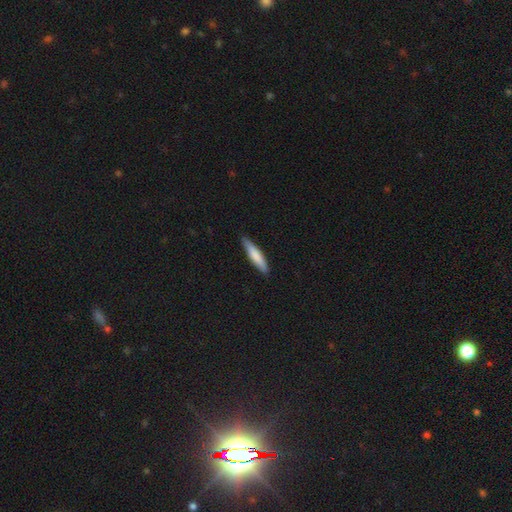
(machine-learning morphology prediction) This appears to be a smooth galaxy with no disk features (77%) that is cigar-shaped (86%). Merging: none (88%).